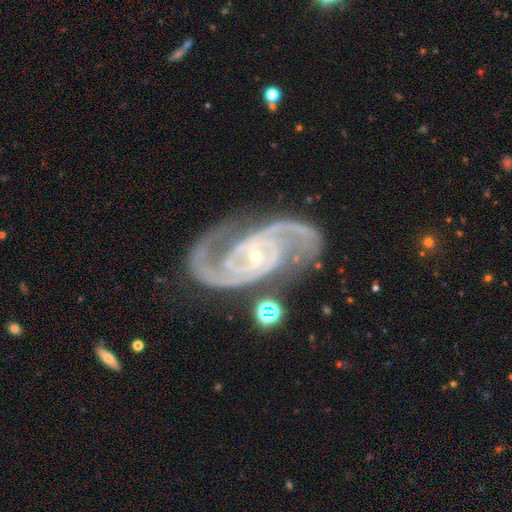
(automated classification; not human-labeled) The model was most divided on "spiral winding": medium: 53%, tight: 37%, loose: 10%. More confident: spiral arms — yes (99%); edge-on disk — no (98%); smooth or featured — featured or disk (93%); spiral arm count — 2 (90%); bulge size — small (85%); merging — none (74%); bar — no (53%).